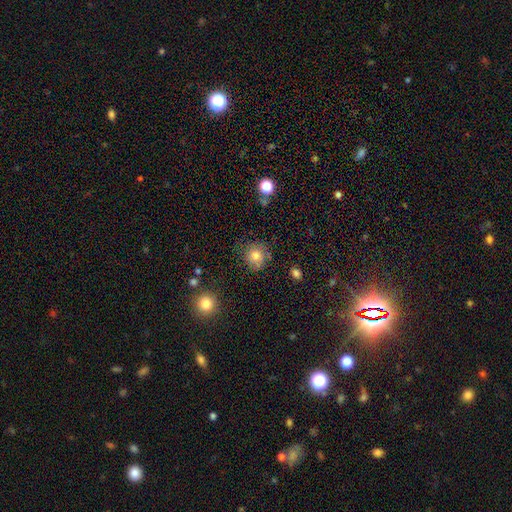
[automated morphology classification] Q: Smooth or featured?
A: smooth (79%); runner-up: star or artifact (13%)
Q: How rounded?
A: round (87%); runner-up: in between (12%)
Q: Merging?
A: none (77%); runner-up: minor disturbance (15%)